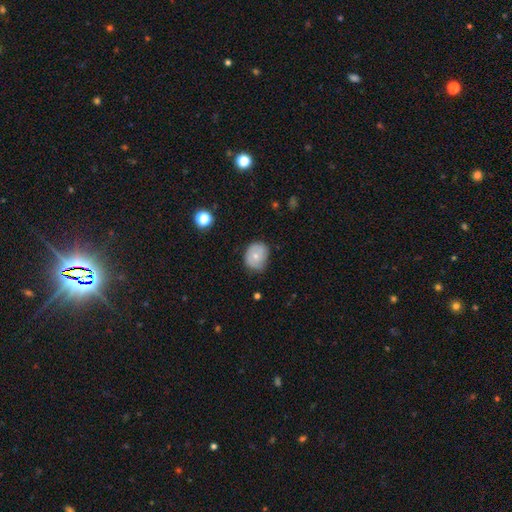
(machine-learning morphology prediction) Q: Smooth or featured?
A: smooth (50%); runner-up: featured or disk (43%)
Q: Merging?
A: none (62%); runner-up: minor disturbance (30%)